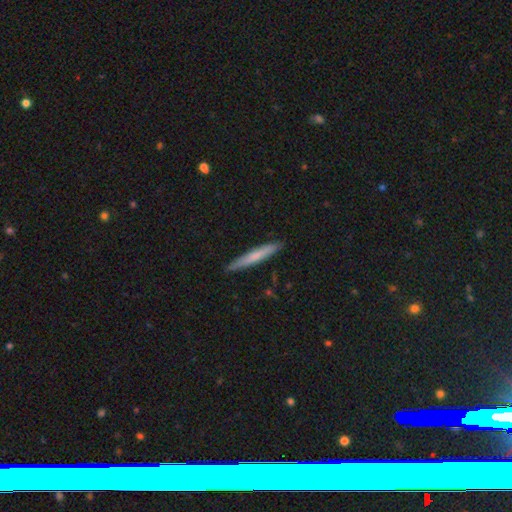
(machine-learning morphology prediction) smooth-or-featured: smooth: 65% | featured or disk: 29% | star or artifact: 5%
  how-rounded: cigar-shaped: 96% | in between: 3% | round: 1%
  merging: none: 90% | minor disturbance: 7% | major disturbance: 1% | merger: 1%